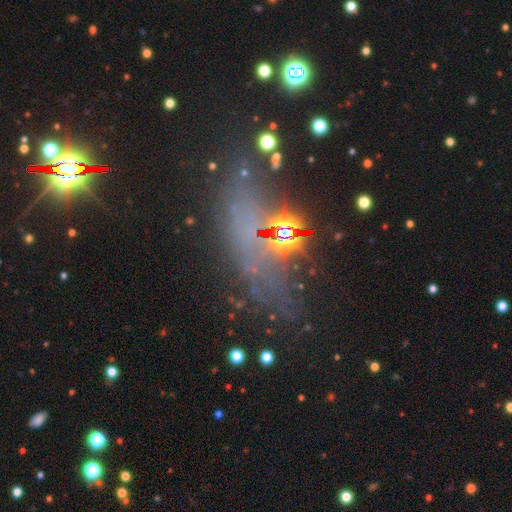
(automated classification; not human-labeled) Morphology: type=star or artifact (47%).